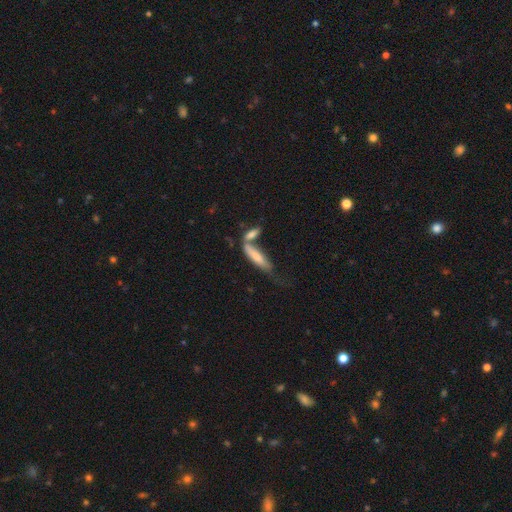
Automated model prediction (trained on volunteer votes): The model was most divided on "merging": merger: 40%, none: 34%, minor disturbance: 17%, major disturbance: 9%. More confident: how rounded — cigar-shaped (71%); smooth or featured — smooth (69%).